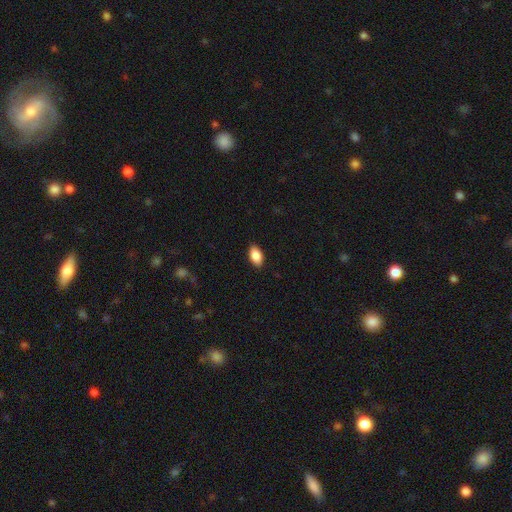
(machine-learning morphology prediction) Smooth or featured: smooth — 88% (star or artifact — 7%)
How rounded: in between — 93% (round — 4%)
Merging: none — 88% (minor disturbance — 9%)